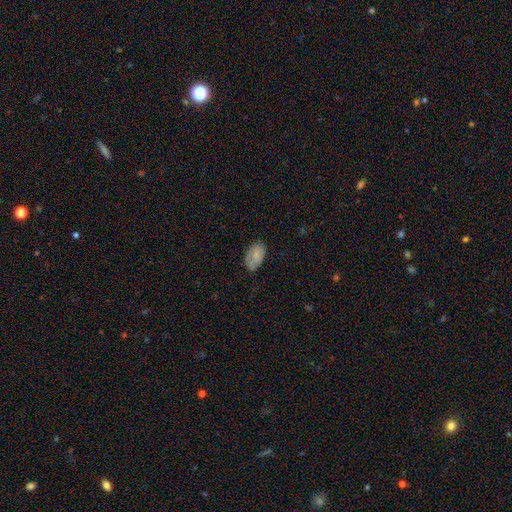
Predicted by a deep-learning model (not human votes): smooth-or-featured: smooth: 68% | featured or disk: 25% | star or artifact: 8%
  how-rounded: in between: 92% | round: 6% | cigar-shaped: 2%
  merging: none: 70% | minor disturbance: 24% | major disturbance: 5% | merger: 1%